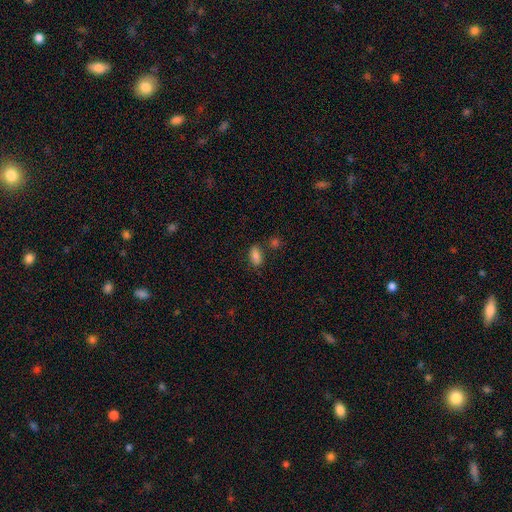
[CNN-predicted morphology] type=smooth (85%); roundness=in between (86%); merging=none (74%).